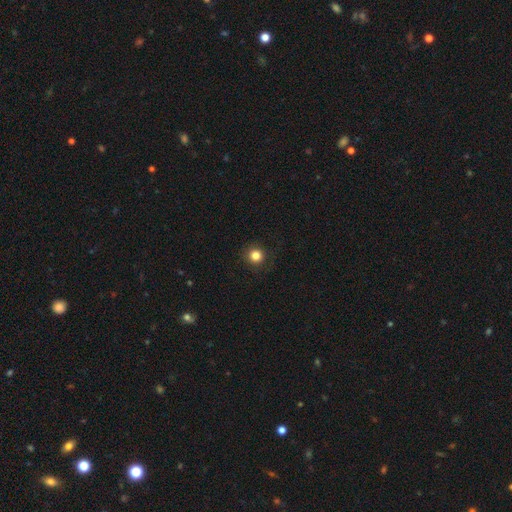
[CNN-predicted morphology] type=smooth (83%); roundness=round (95%); merging=none (91%).